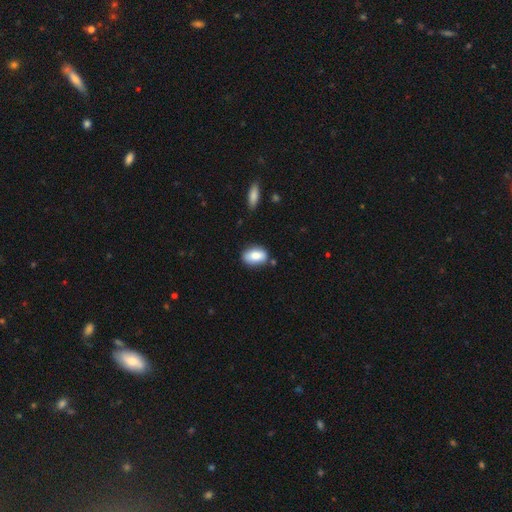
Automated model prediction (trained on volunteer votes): smooth 81%, featured or disk 12%, star or artifact 7%. Down the decision tree: how rounded — in between (88%); merging — none (75%).